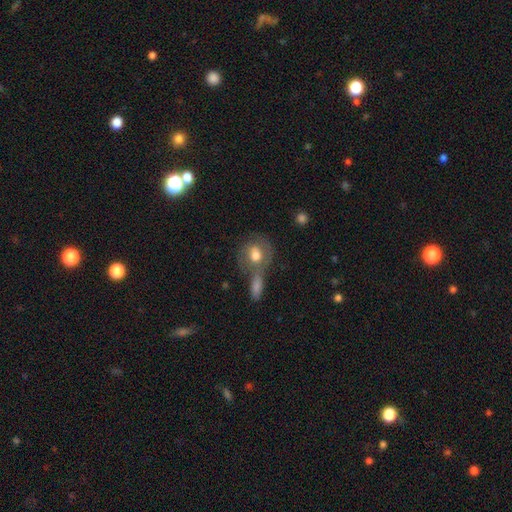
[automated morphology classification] Overall: smooth (66%; featured or disk 26%). How rounded: round (64%; in between 34%). Merging: none (42%; merger 37%).